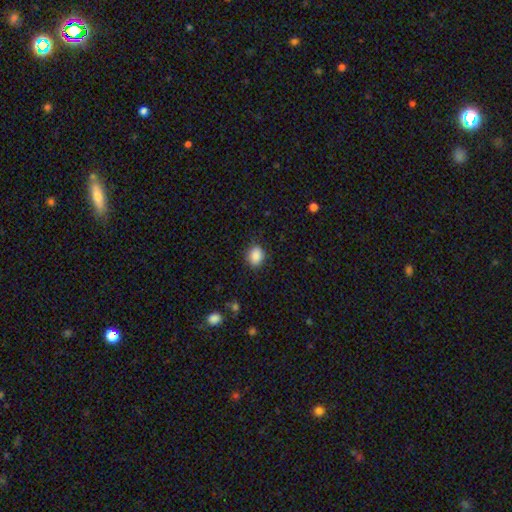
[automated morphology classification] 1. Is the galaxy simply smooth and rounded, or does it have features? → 88% smooth, 8% star or artifact, 3% featured or disk.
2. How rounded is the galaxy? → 50% round, 49% in between, 1% cigar-shaped.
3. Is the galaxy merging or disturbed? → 86% none, 11% minor disturbance, 3% major disturbance, 1% merger.